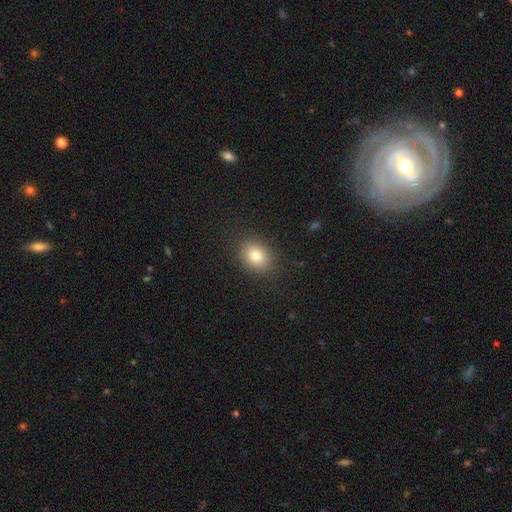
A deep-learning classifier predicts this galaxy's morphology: smooth-or-featured: smooth: 81% | star or artifact: 11% | featured or disk: 8%
  how-rounded: in between: 51% | round: 48% | cigar-shaped: 1%
  merging: none: 87% | minor disturbance: 9% | major disturbance: 3% | merger: 1%